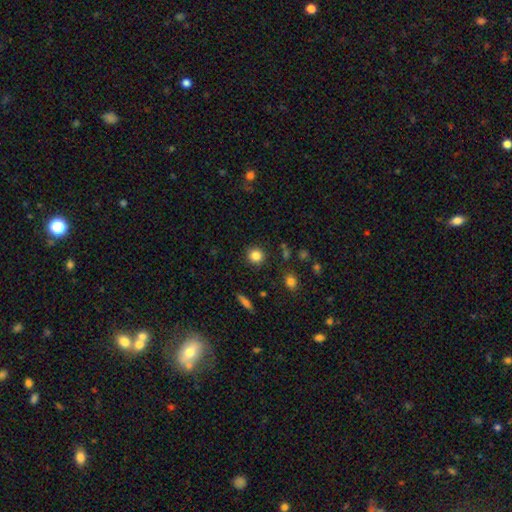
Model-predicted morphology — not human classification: smooth-or-featured: smooth: 84% | star or artifact: 11% | featured or disk: 6%
  how-rounded: round: 91% | in between: 8% | cigar-shaped: 1%
  merging: none: 88% | minor disturbance: 7% | major disturbance: 3% | merger: 2%